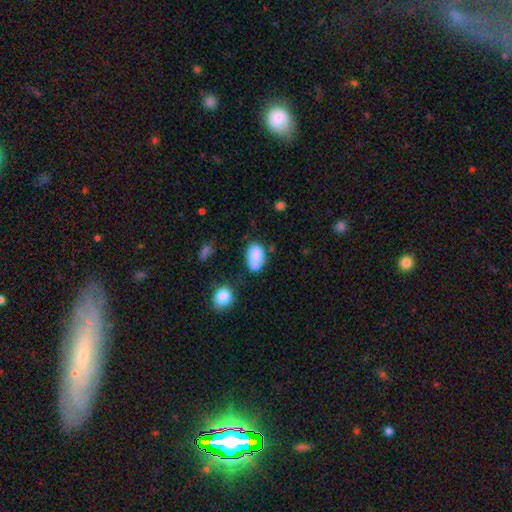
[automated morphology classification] Smooth or featured?
  - smooth: 76% *
  - featured or disk: 15%
  - star or artifact: 9%
How rounded?
  - in between: 86% *
  - round: 12%
  - cigar-shaped: 3%
Merging?
  - none: 39% *
  - merger: 27%
  - minor disturbance: 23%
  - major disturbance: 11%